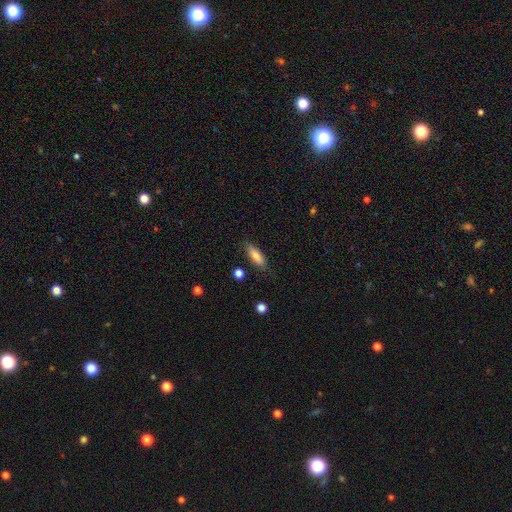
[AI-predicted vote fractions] smooth-or-featured: smooth: 79% | featured or disk: 14% | star or artifact: 7%
  how-rounded: in between: 55% | cigar-shaped: 43% | round: 2%
  merging: none: 82% | minor disturbance: 13% | major disturbance: 3% | merger: 2%